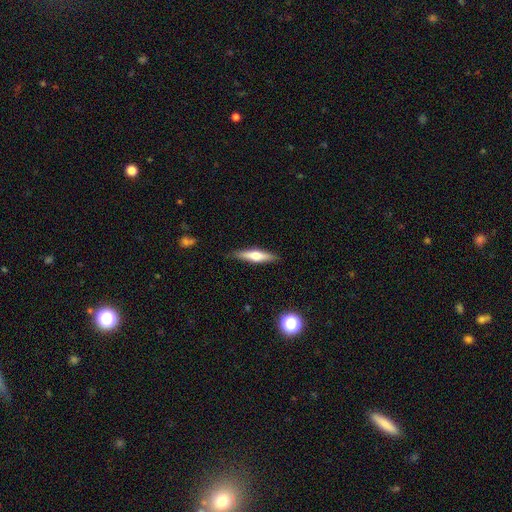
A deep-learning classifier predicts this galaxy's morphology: A smooth galaxy with no disk features (47%, tied with featured or disk).

Vote fractions:
- Smooth or featured? smooth: 47% (tied) / featured or disk: 47% (tied) / star or artifact: 6%
- Merging? none: 88% / minor disturbance: 9% / major disturbance: 2% / merger: 1%